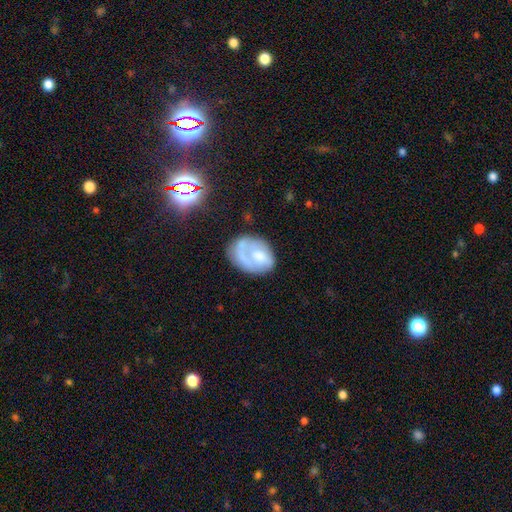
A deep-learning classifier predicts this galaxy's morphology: A featured or disk galaxy (53%) with no bar (78%), spiral arms (50%, tied with no) and a moderate central bulge (41%).

Vote fractions:
- Smooth or featured? featured or disk: 53% / smooth: 38% / star or artifact: 9%
- Edge-on disk? no: 97% / yes: 3%
- Bar? no: 78% / weak: 18% / strong: 4%
- Spiral arms? yes: 50% (tied) / no: 50% (tied)
- Bulge size? moderate: 41% / none: 22% / small: 21% / large: 12% / dominant: 3%
- Merging? none: 45% / minor disturbance: 25% / major disturbance: 24% / merger: 6%